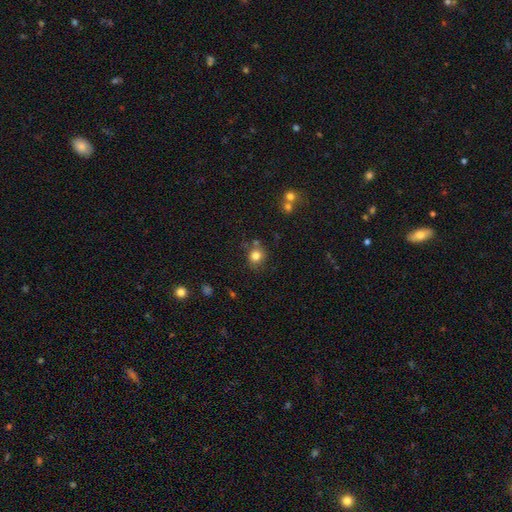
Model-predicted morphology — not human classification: type=smooth (81%); roundness=round (83%); merging=none (74%).